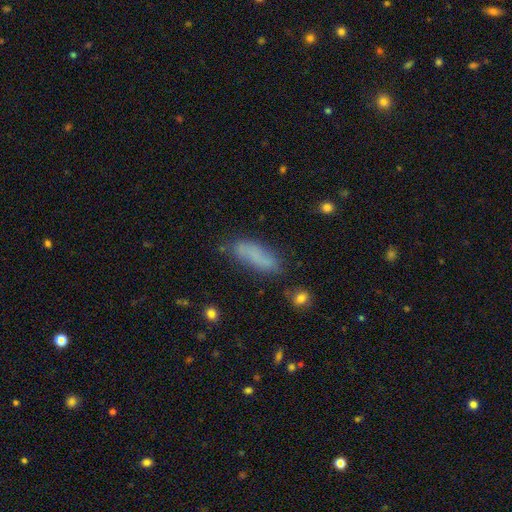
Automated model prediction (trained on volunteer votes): This is likely a smooth galaxy (74%). How rounded: possibly in between (51%). Merging: likely none (67%).